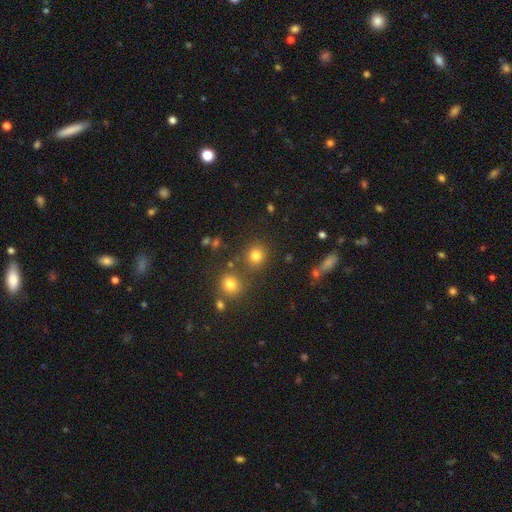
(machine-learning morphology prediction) Smooth or featured?
  - smooth: 77% *
  - star or artifact: 16%
  - featured or disk: 6%
How rounded?
  - round: 85% *
  - in between: 14%
  - cigar-shaped: 1%
Merging?
  - none: 76% *
  - merger: 11%
  - minor disturbance: 9%
  - major disturbance: 4%